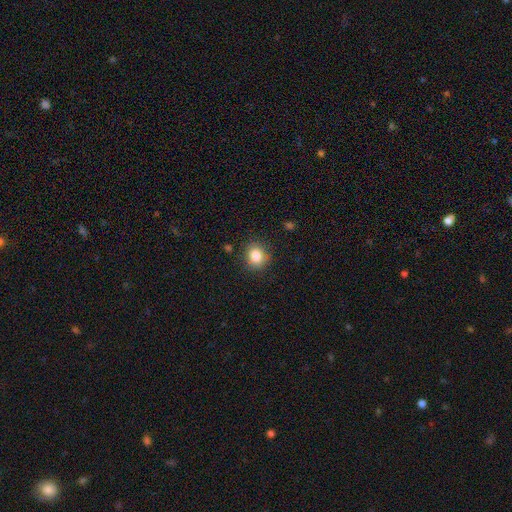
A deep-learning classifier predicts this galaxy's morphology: type=smooth (84%); roundness=round (71%); merging=none (84%).